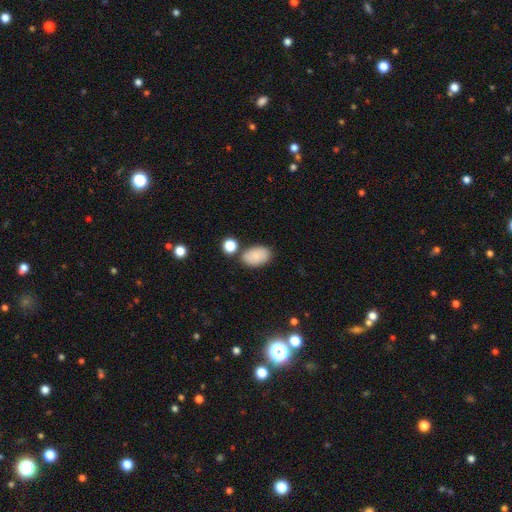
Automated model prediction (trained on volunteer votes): Smooth or featured?
  - smooth: 85% *
  - star or artifact: 8%
  - featured or disk: 7%
How rounded?
  - in between: 91% *
  - round: 8%
  - cigar-shaped: 1%
Merging?
  - none: 75% *
  - minor disturbance: 14%
  - merger: 8%
  - major disturbance: 3%